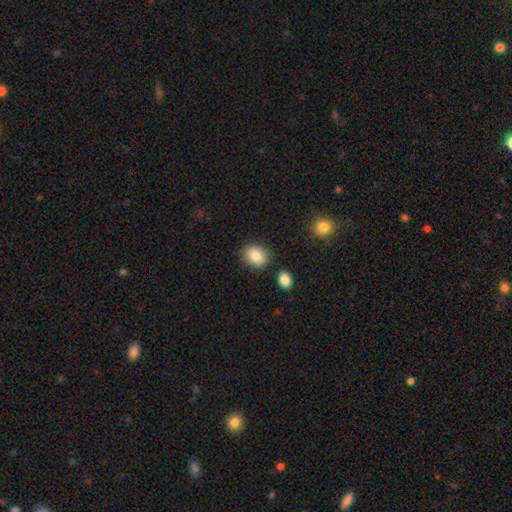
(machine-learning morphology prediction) smooth_or_featured: smooth (p=0.84) [alt: star or artifact p=0.08]
how_rounded: in between (p=0.51) [alt: round p=0.48]
merging: none (p=0.82) [alt: minor disturbance p=0.11]